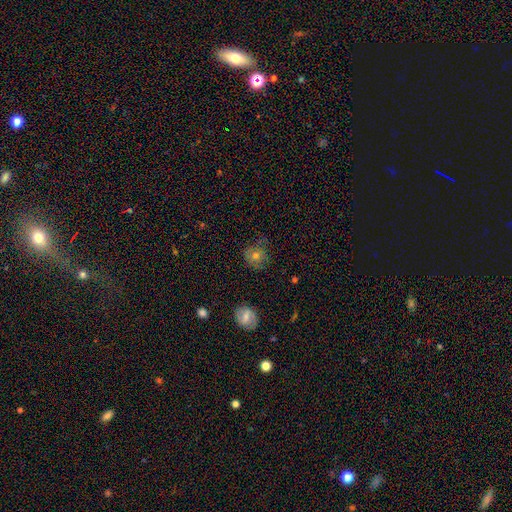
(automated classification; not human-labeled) The model was most divided on "smooth or featured": smooth: 52%, featured or disk: 32%, star or artifact: 16%. More confident: how rounded — round (86%); merging — none (73%).